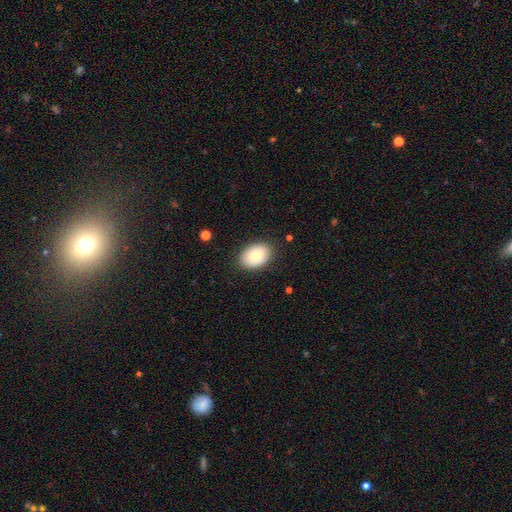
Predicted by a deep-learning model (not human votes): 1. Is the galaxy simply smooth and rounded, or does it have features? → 80% smooth, 13% featured or disk, 7% star or artifact.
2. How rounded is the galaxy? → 84% in between, 15% round, 1% cigar-shaped.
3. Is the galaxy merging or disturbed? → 86% none, 11% minor disturbance, 3% major disturbance, 1% merger.